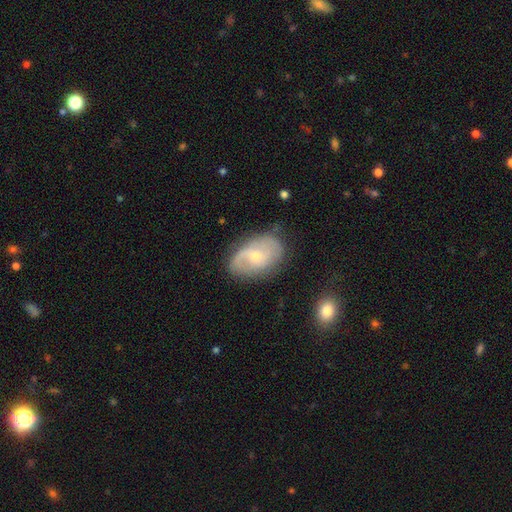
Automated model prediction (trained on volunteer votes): smooth-or-featured: featured or disk: 67% | smooth: 26% | star or artifact: 7%
  disk-edge-on: no: 96% | yes: 4%
    bar: no: 59% | weak: 35% | strong: 6%
    has-spiral-arms: yes: 86% | no: 14%
      spiral-winding: medium: 43% | loose: 31% | tight: 26%
      spiral-arm-count: 2: 62% | can't tell: 19% | 1: 12% | 3: 3% | 4: 1% | more than 4: 1%
    bulge-size: small: 61% | moderate: 34% | none: 2% | large: 2% | dominant: 1%
  merging: none: 67% | minor disturbance: 22% | major disturbance: 8% | merger: 2%